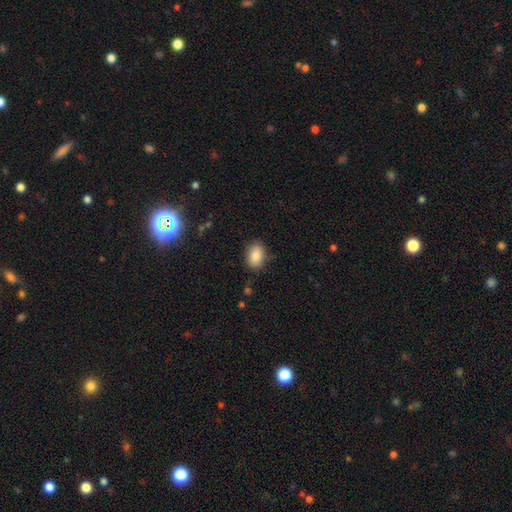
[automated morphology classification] type=smooth (86%); roundness=in between (83%); merging=none (85%).